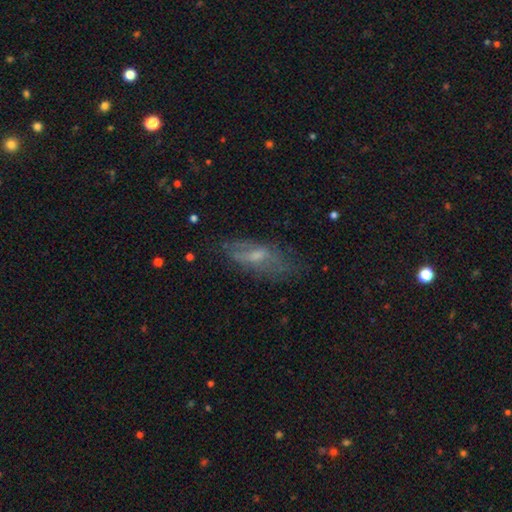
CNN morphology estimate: The model was most divided on "smooth or featured": featured or disk: 50%, smooth: 39%, star or artifact: 10%. More confident: edge-on disk — no (77%); merging — none (57%).